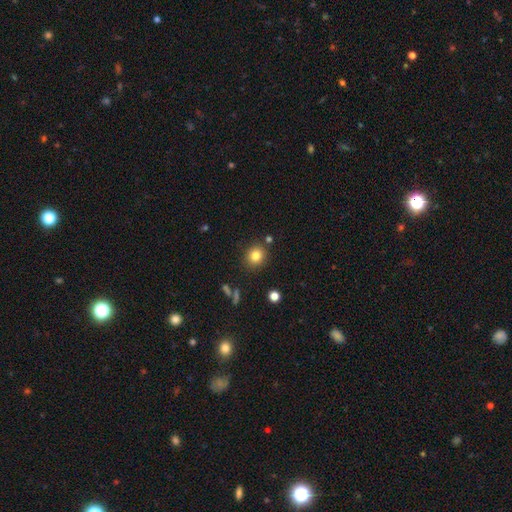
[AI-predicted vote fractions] Morphology: type=smooth (81%); roundness=round (82%); merging=none (85%).